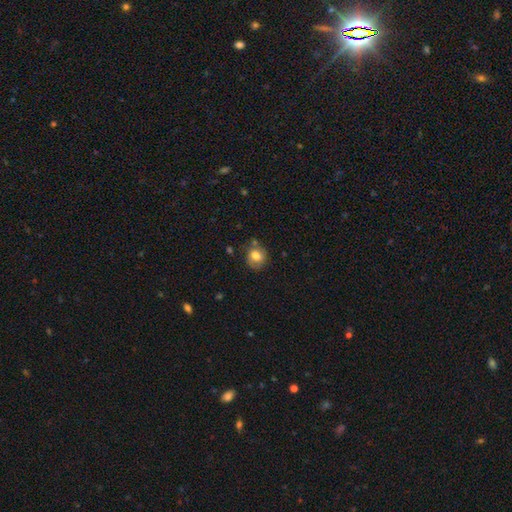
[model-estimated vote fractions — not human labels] Morphology: type=smooth (78%); roundness=round (77%); merging=none (73%).